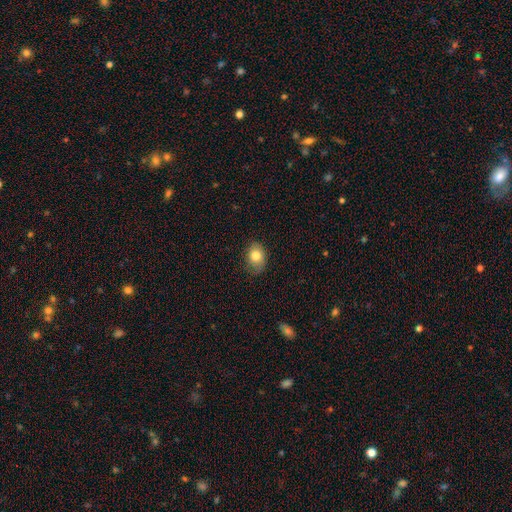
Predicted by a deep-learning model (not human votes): smooth-or-featured: smooth: 81% | featured or disk: 10% | star or artifact: 9%
  how-rounded: in between: 67% | round: 32% | cigar-shaped: 1%
  merging: none: 75% | minor disturbance: 20% | major disturbance: 4% | merger: 1%